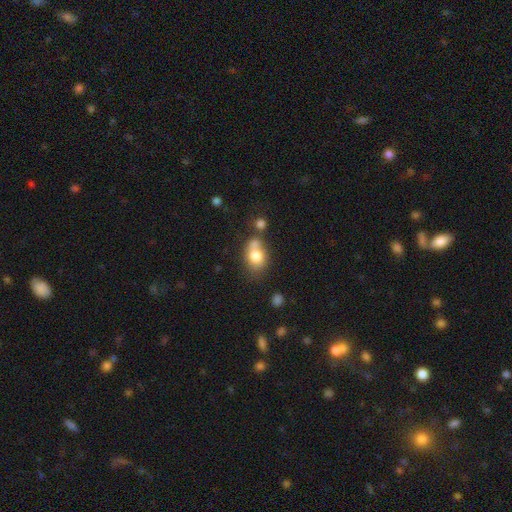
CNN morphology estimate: Smooth or featured? smooth (77%)
How rounded? in between (60%)
Merging? none (38%)